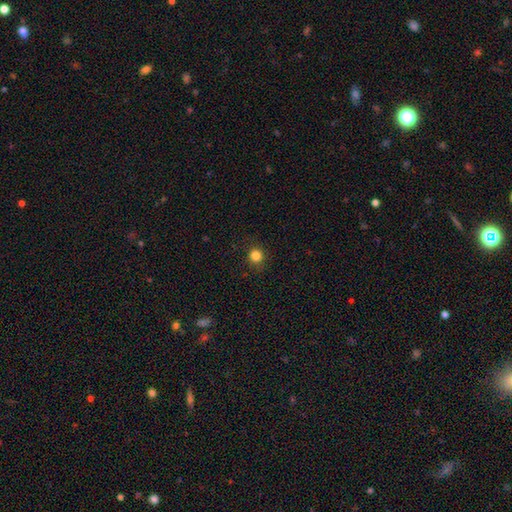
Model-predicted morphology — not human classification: This is clearly a smooth galaxy (83%). How rounded: clearly round (92%). Merging: clearly none (89%).